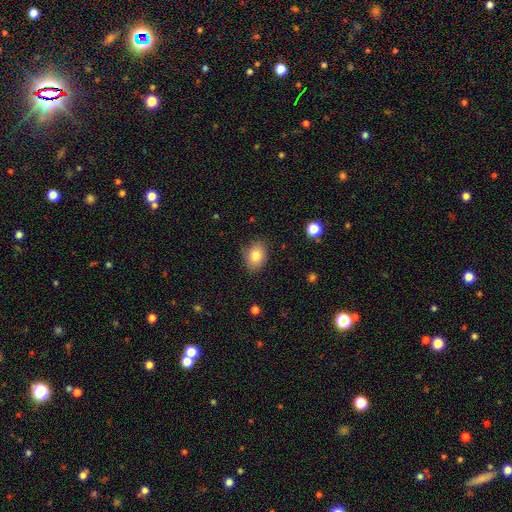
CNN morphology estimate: The model was most divided on "how rounded": in between: 69%, round: 30%, cigar-shaped: 1%. More confident: merging — none (84%); smooth or featured — smooth (82%).